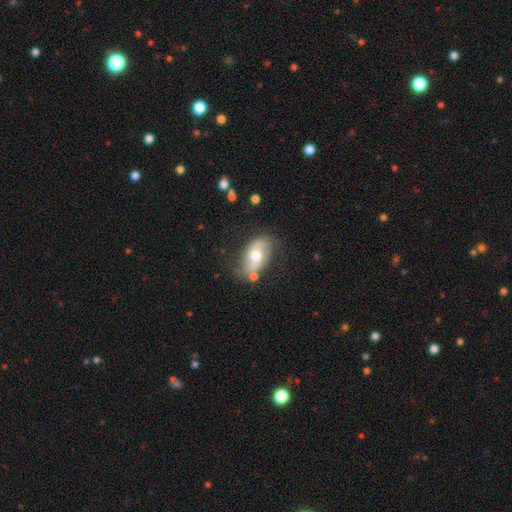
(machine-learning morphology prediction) This is possibly a featured or disk galaxy (59%). It is clearly not viewed edge-on (92%). Bar: possibly no (50%). Spiral arm pattern: likely yes (70%). Central bulge: likely moderate (74%). Merging: likely none (67%).